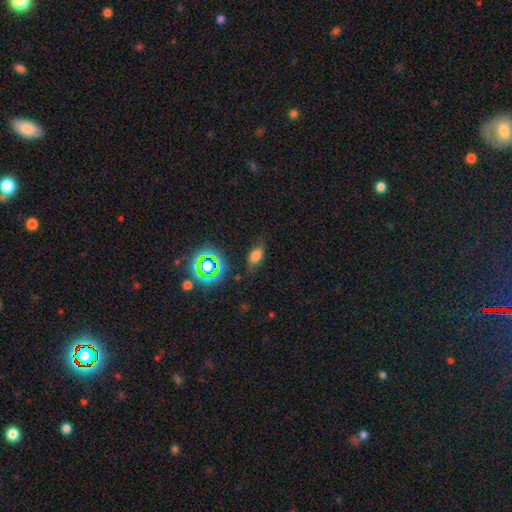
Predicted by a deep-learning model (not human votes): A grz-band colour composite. It shows a smooth galaxy with no disk features (67%) that is in between round and cigar-shaped (82%). Merging: none (72%).